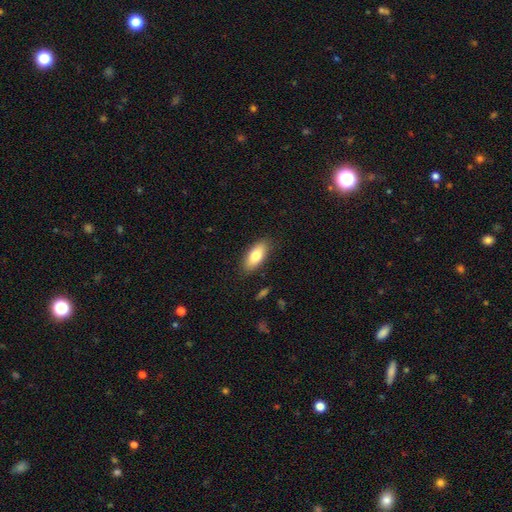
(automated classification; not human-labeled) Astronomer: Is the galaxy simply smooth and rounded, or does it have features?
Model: smooth — 77%.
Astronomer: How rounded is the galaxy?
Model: in between — 83%.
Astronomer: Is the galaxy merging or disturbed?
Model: none — 86%.